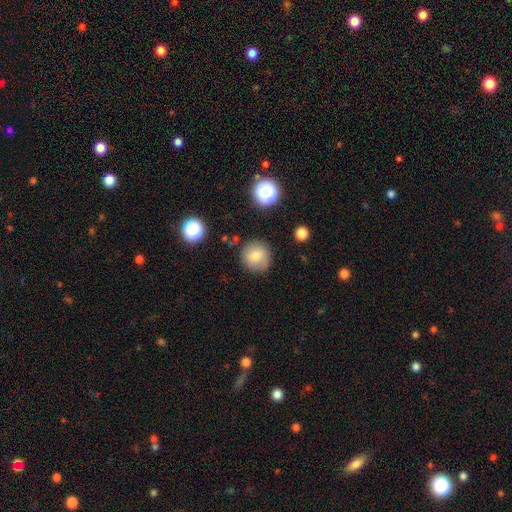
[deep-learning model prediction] Overall: smooth (78%). How rounded: round (94%). Merging: none (85%).